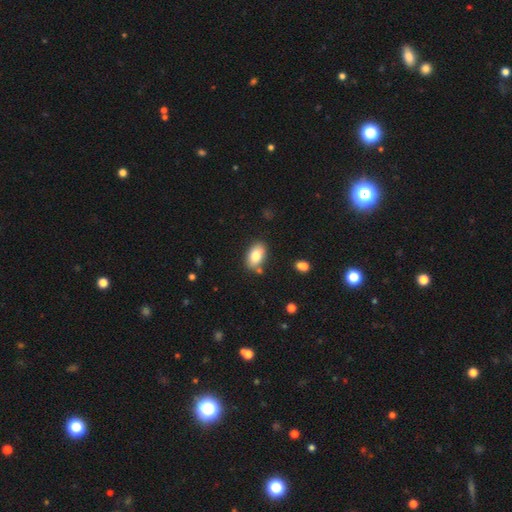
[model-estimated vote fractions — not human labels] Smooth or featured? smooth (80%)
How rounded? in between (91%)
Merging? none (80%)